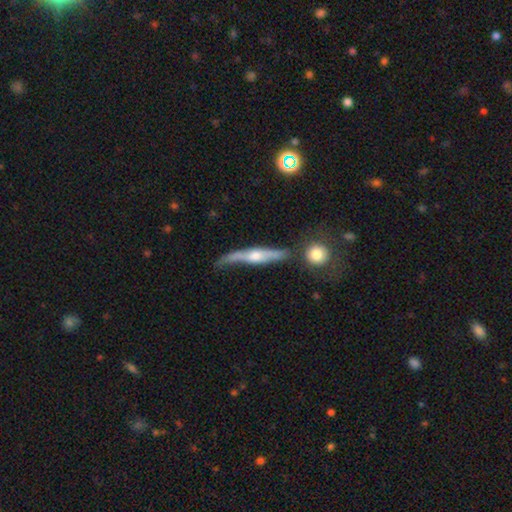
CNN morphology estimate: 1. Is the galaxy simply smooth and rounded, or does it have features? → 73% featured or disk, 21% smooth, 6% star or artifact.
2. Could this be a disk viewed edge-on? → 86% yes, 14% no.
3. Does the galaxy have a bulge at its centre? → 87% rounded, 7% none, 6% boxy.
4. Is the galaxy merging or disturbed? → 55% none, 26% minor disturbance, 11% major disturbance, 7% merger.